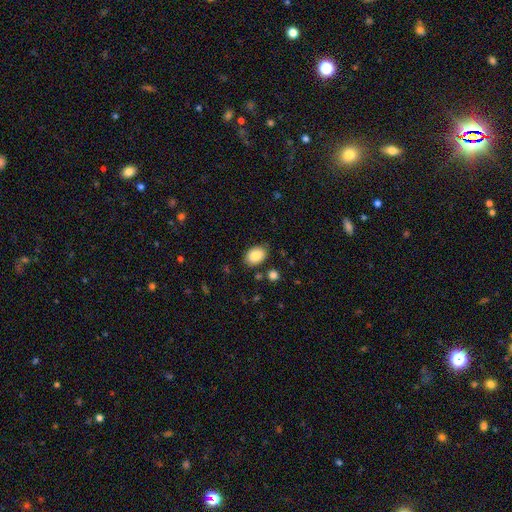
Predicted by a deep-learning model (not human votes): This appears to be a smooth galaxy with no disk features (87%) that is in between round and cigar-shaped (82%). Merging: none (80%).